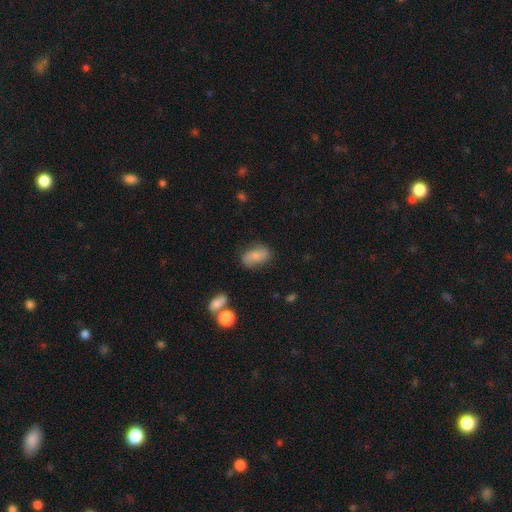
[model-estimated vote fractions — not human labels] This is likely a smooth galaxy (68%). How rounded: clearly in between (90%). Merging: likely none (71%).